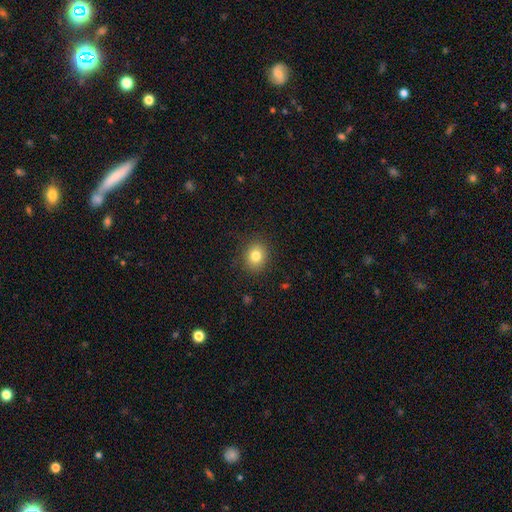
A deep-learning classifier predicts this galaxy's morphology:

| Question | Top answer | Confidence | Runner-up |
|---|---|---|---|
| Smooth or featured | smooth | 81% | star or artifact (11%) |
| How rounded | round | 69% | in between (30%) |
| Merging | none | 88% | minor disturbance (8%) |